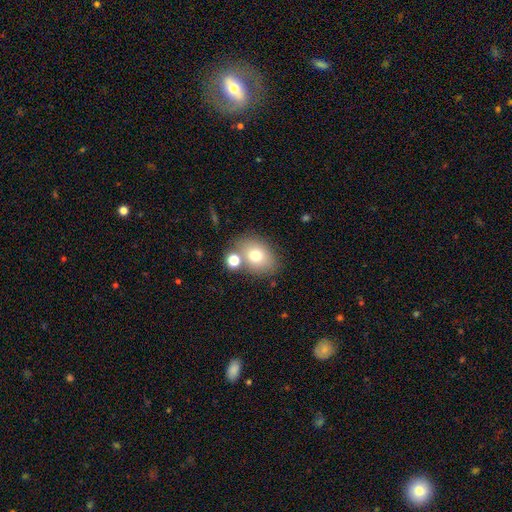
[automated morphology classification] Overall: smooth (73%). How rounded: in between (65%; round 34%). Merging: none (67%).